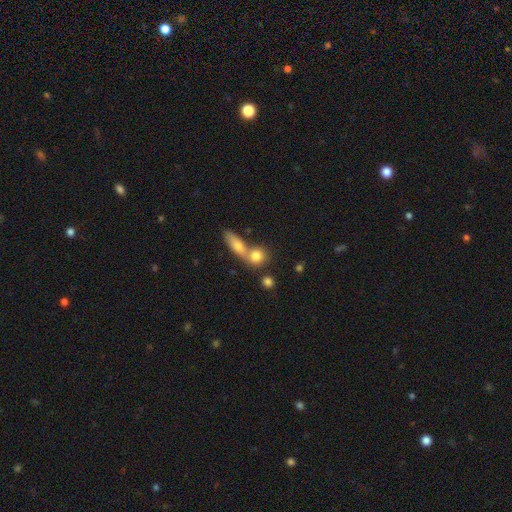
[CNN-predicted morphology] Q: Smooth or featured?
A: smooth (78%); runner-up: featured or disk (13%)
Q: How rounded?
A: round (65%); runner-up: in between (26%)
Q: Merging?
A: merger (47%); runner-up: none (42%)